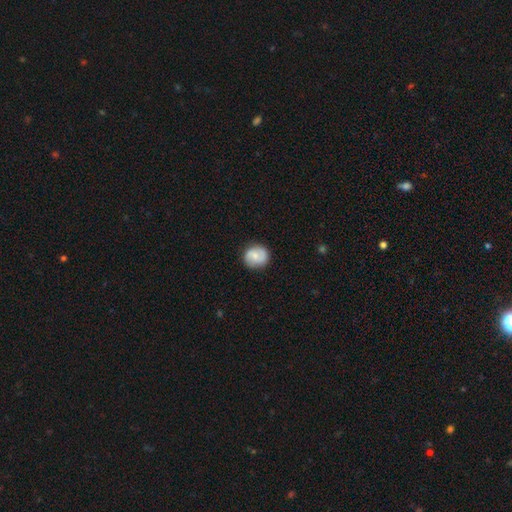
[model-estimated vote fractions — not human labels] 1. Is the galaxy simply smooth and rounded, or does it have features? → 57% smooth, 36% featured or disk, 7% star or artifact.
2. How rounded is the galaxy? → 84% round, 15% in between, 1% cigar-shaped.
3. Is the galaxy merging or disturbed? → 84% none, 12% minor disturbance, 3% major disturbance, 1% merger.